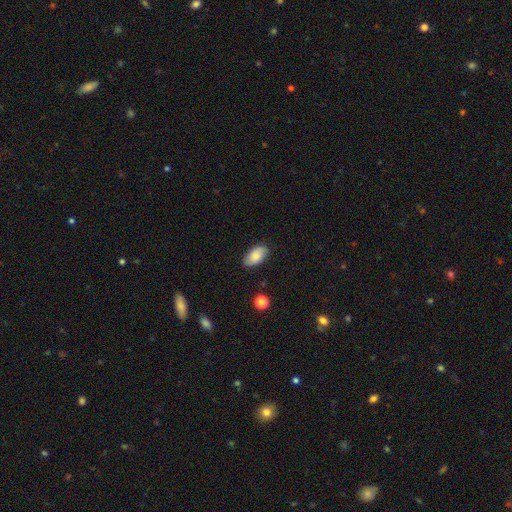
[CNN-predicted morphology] Smooth or featured?
  - smooth: 80% *
  - featured or disk: 13%
  - star or artifact: 8%
How rounded?
  - in between: 94% *
  - round: 4%
  - cigar-shaped: 2%
Merging?
  - none: 83% *
  - minor disturbance: 13%
  - major disturbance: 3%
  - merger: 1%